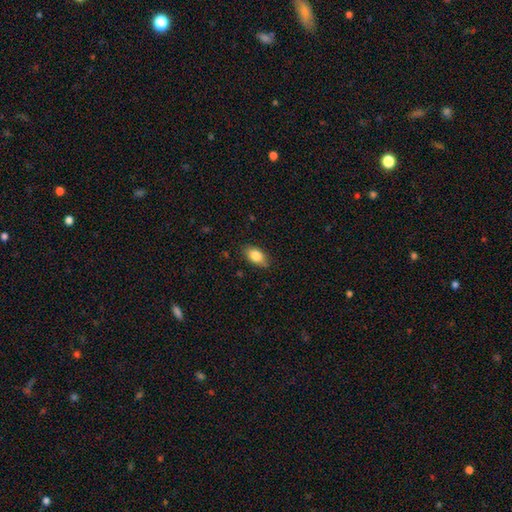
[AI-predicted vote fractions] Morphology: type=smooth (83%); roundness=in between (89%); merging=none (82%).